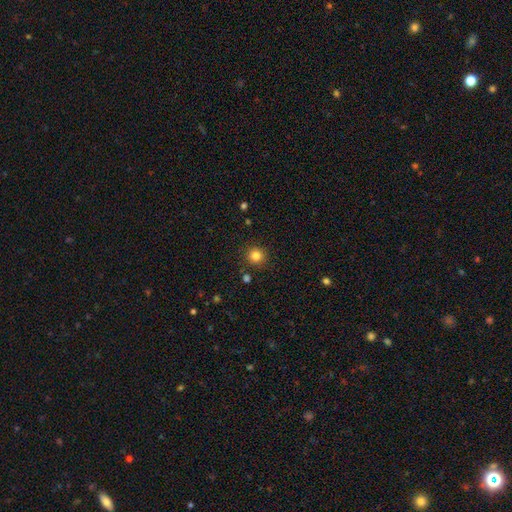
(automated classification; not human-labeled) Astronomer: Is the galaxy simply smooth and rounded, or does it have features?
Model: smooth — 83%.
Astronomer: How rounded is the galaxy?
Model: round — 93%.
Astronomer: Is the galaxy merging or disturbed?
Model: none — 89%.